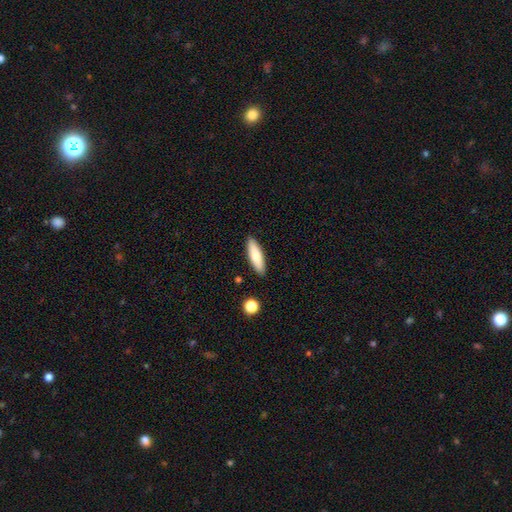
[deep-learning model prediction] Smooth or featured? smooth (78%)
How rounded? cigar-shaped (59%)
Merging? none (89%)